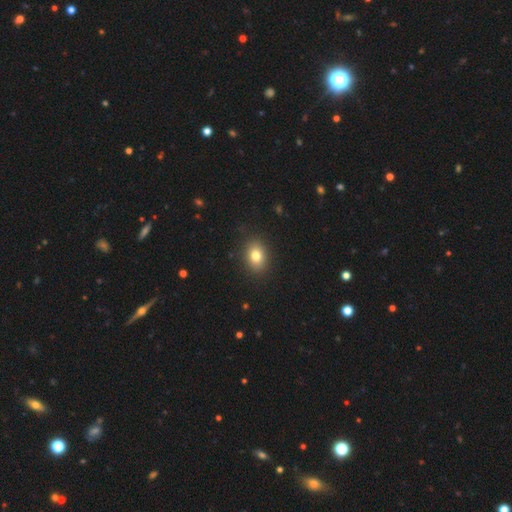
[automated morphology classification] Smooth or featured? smooth (80%)
How rounded? in between (67%)
Merging? none (88%)